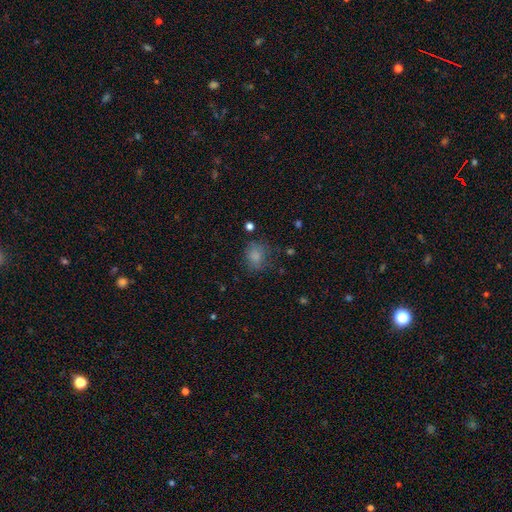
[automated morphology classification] Overall: smooth (79%). How rounded: round (63%; in between 36%). Merging: none (64%).